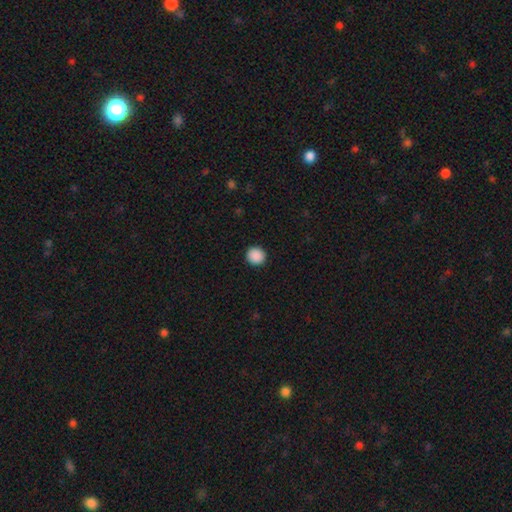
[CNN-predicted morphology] This appears to be a smooth galaxy with no disk features (90%) that is round (95%). Merging: none (93%).